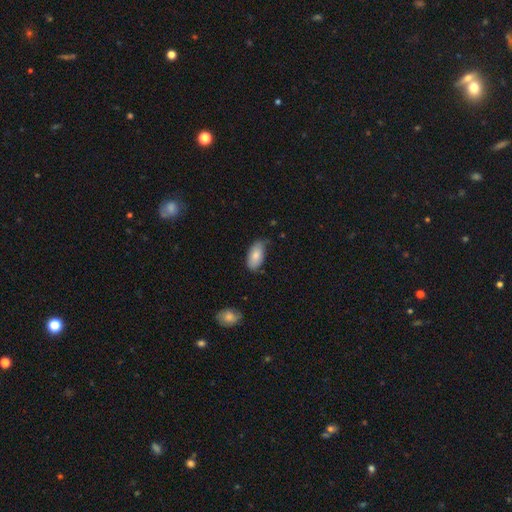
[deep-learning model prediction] Q: Smooth or featured?
A: smooth (81%); runner-up: featured or disk (12%)
Q: How rounded?
A: in between (94%); runner-up: cigar-shaped (4%)
Q: Merging?
A: none (60%); runner-up: minor disturbance (33%)